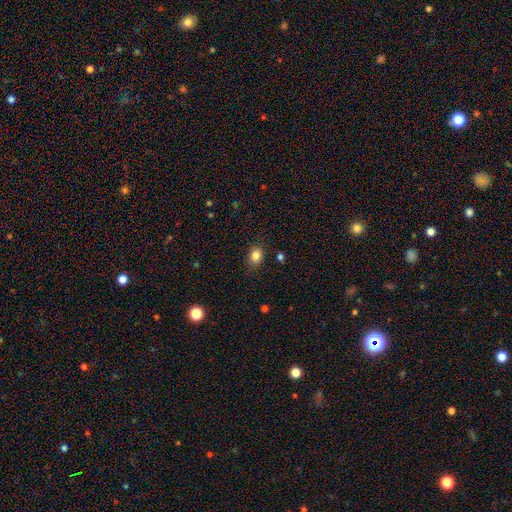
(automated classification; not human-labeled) The model was most divided on "how rounded": in between: 63%, round: 35%, cigar-shaped: 1%. More confident: merging — none (84%); smooth or featured — smooth (83%).